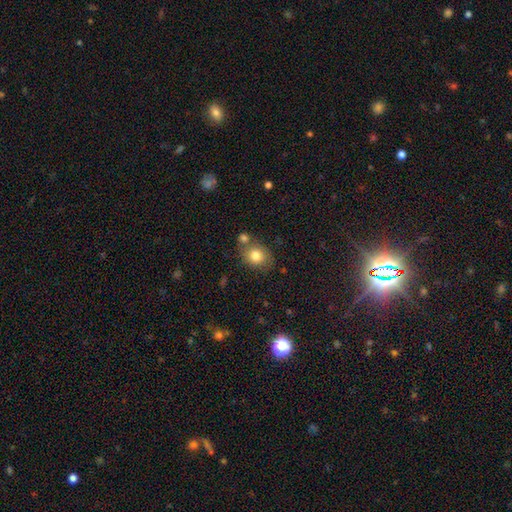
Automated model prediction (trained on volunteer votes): smooth 79%, featured or disk 11%, star or artifact 10%. Down the decision tree: how rounded — round (62%); merging — none (64%).